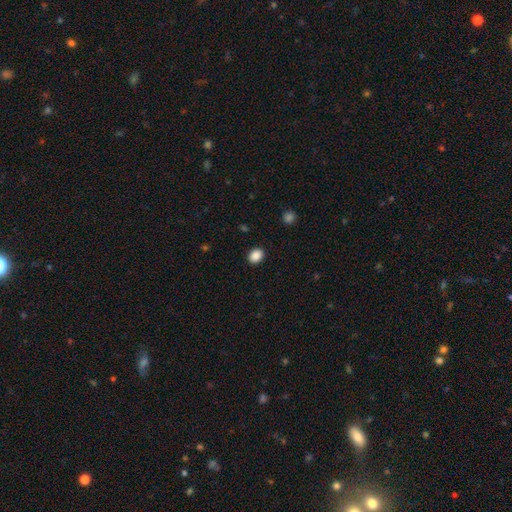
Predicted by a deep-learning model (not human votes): smooth_or_featured: smooth (p=0.88) [alt: star or artifact p=0.09]
how_rounded: in between (p=0.50) [alt: round p=0.49]
merging: none (p=0.90) [alt: minor disturbance p=0.07]